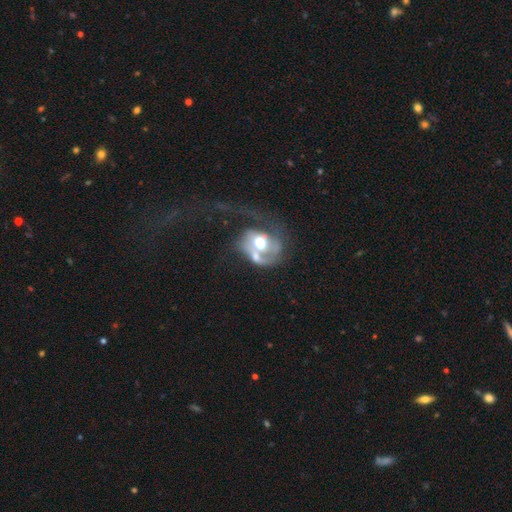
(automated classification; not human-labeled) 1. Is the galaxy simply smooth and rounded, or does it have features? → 58% featured or disk, 34% smooth, 8% star or artifact.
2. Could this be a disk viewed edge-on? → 96% no, 4% yes.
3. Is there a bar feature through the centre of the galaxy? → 74% no, 19% weak, 6% strong.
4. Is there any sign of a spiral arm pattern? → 51% yes, 49% no.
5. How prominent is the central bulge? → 51% moderate, 37% large, 5% dominant, 4% small, 2% none.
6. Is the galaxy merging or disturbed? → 38% major disturbance, 33% merger, 17% none, 12% minor disturbance.